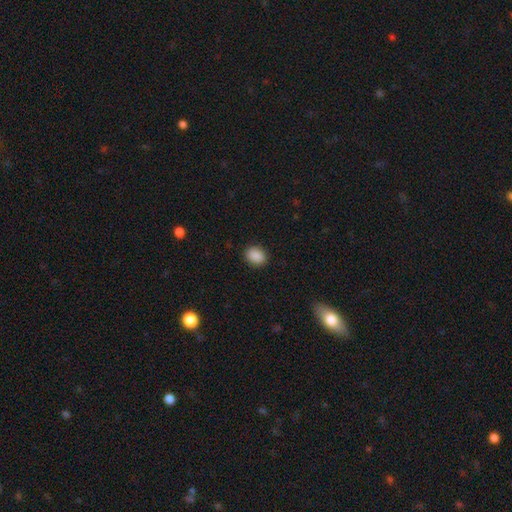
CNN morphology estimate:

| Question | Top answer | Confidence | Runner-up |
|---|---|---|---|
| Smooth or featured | smooth | 89% | star or artifact (8%) |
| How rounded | in between | 54% | round (45%) |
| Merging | none | 90% | minor disturbance (7%) |